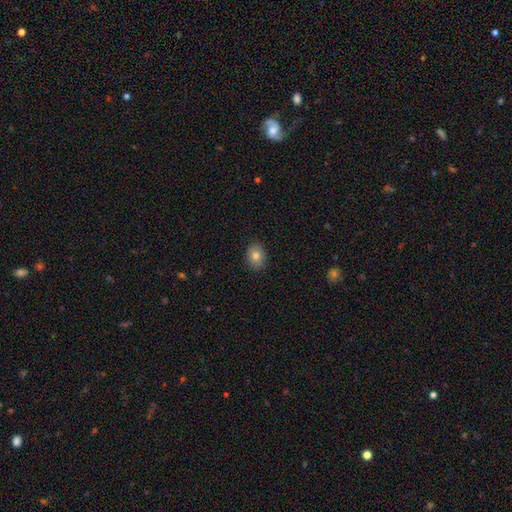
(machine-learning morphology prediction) This is clearly a smooth galaxy (80%). How rounded: possibly in between (58%). Merging: clearly none (88%).